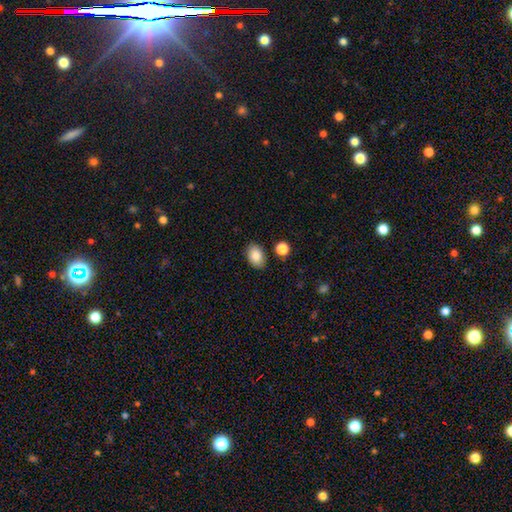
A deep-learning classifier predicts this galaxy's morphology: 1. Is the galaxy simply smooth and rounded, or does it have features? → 86% smooth, 8% star or artifact, 6% featured or disk.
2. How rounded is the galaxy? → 84% in between, 15% round, 1% cigar-shaped.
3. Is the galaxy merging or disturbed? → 83% none, 11% minor disturbance, 3% merger, 3% major disturbance.